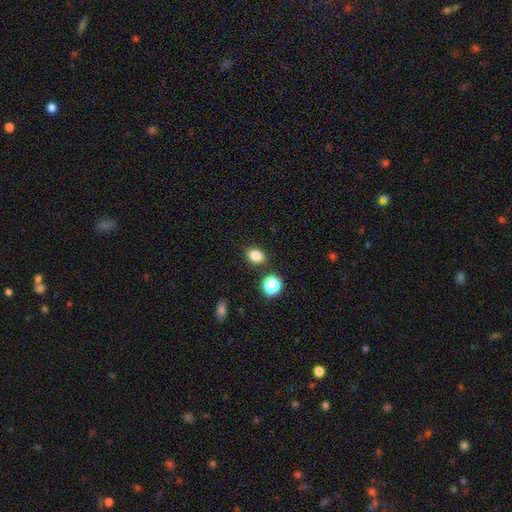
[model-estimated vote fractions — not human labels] Q: Smooth or featured?
A: smooth (82%); runner-up: star or artifact (13%)
Q: How rounded?
A: in between (67%); runner-up: round (32%)
Q: Merging?
A: none (84%); runner-up: minor disturbance (9%)